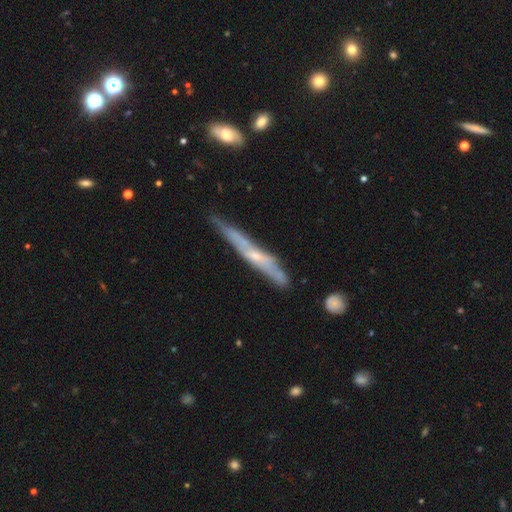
A featured or disk galaxy (62%) viewed edge-on (88%) with no central bulge (55%).

Vote fractions:
- Smooth or featured? featured or disk: 62% / smooth: 35% / star or artifact: 2%
- Edge-on disk? yes: 88% / no: 12%
- Edge-on bulge? none: 55% / rounded: 45% / boxy: 0%
- Merging? none: 64% / minor disturbance: 28% / major disturbance: 5% / merger: 3%